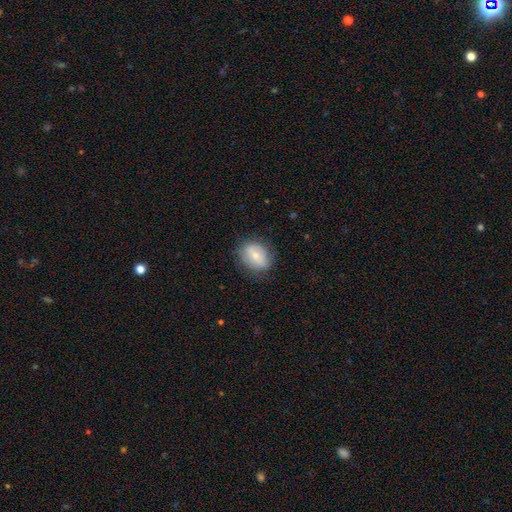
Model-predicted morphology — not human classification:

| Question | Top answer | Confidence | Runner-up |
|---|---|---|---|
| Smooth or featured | smooth | 66% | featured or disk (26%) |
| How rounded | in between | 55% | round (44%) |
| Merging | none | 77% | minor disturbance (17%) |